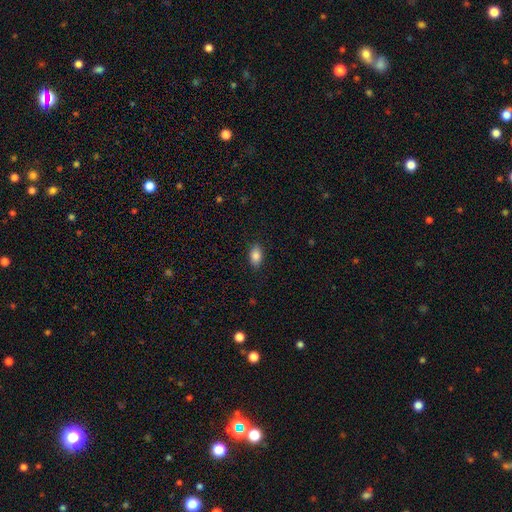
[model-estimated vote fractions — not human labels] This is clearly a smooth galaxy (86%). How rounded: clearly in between (91%). Merging: clearly none (88%).